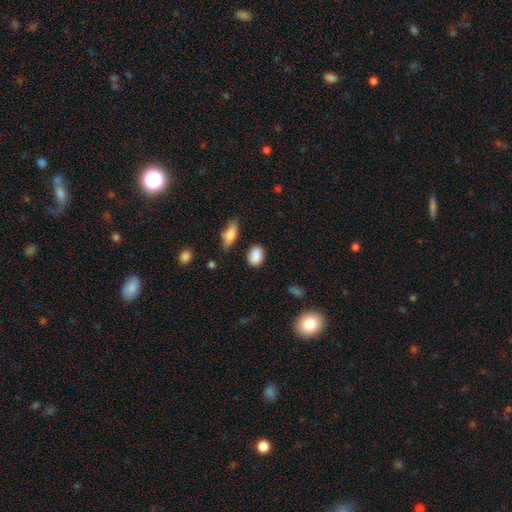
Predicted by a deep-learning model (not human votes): A smooth galaxy with no disk features (87%) that is in between round and cigar-shaped (74%).

Vote fractions:
- Smooth or featured? smooth: 87% / star or artifact: 8% / featured or disk: 5%
- How rounded? in between: 74% / round: 24% / cigar-shaped: 3%
- Merging? none: 81% / minor disturbance: 14% / major disturbance: 3% / merger: 3%